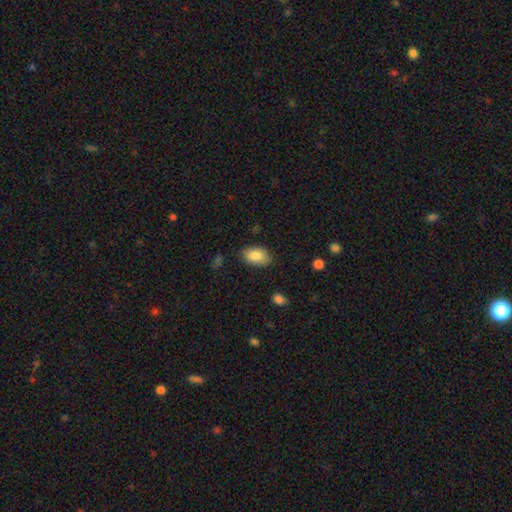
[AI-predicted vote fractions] Smooth or featured? smooth (85%)
How rounded? in between (92%)
Merging? none (83%)